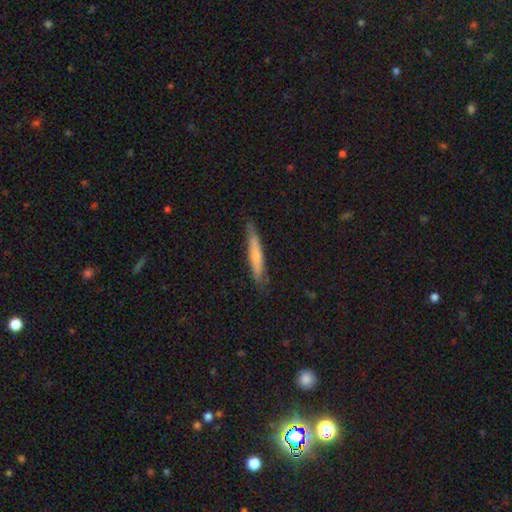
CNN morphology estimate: This appears to be a smooth galaxy with no disk features (59%) that is cigar-shaped (93%). Merging: none (82%).